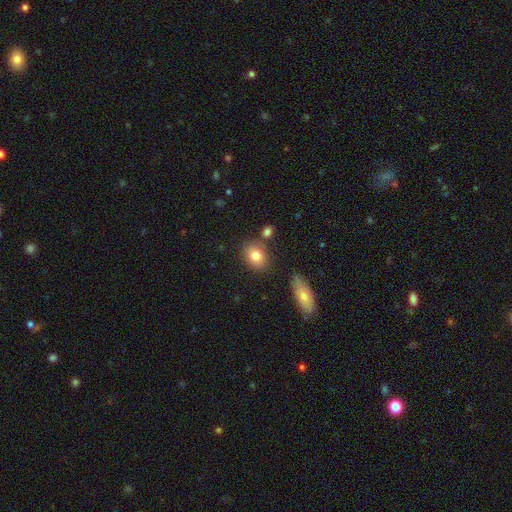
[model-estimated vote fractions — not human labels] This is clearly a smooth galaxy (81%). How rounded: possibly in between (59%). Merging: likely none (76%).